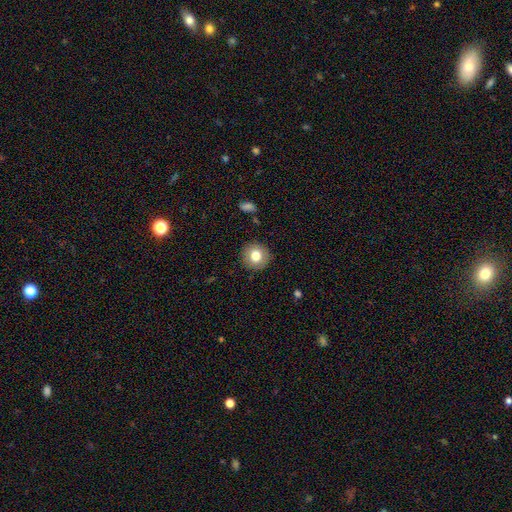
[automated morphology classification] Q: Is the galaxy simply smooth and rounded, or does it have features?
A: smooth — 79%.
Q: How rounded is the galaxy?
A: round — 92%.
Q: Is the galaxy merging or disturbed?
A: none — 90%.